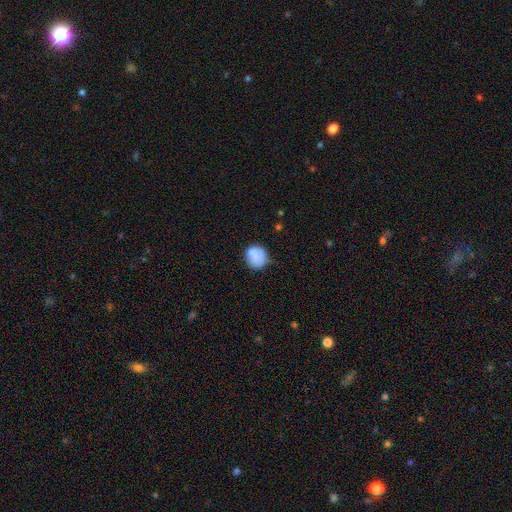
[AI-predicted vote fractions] The model was most divided on "merging": none: 73%, minor disturbance: 20%, major disturbance: 4%, merger: 3%. More confident: how rounded — round (86%); smooth or featured — smooth (84%).